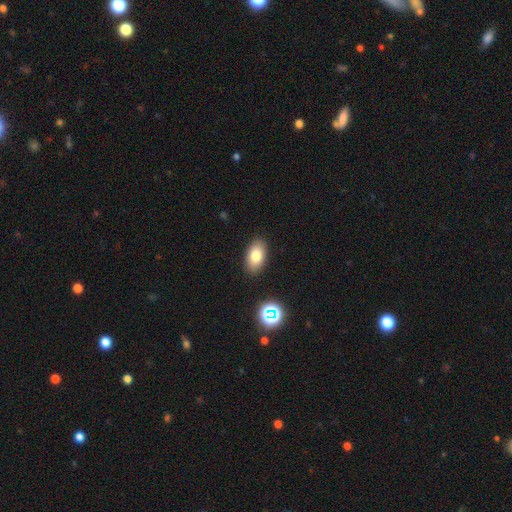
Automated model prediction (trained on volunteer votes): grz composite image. It shows a smooth galaxy with no disk features (79%) that is in between round and cigar-shaped (92%). Merging: none (88%).